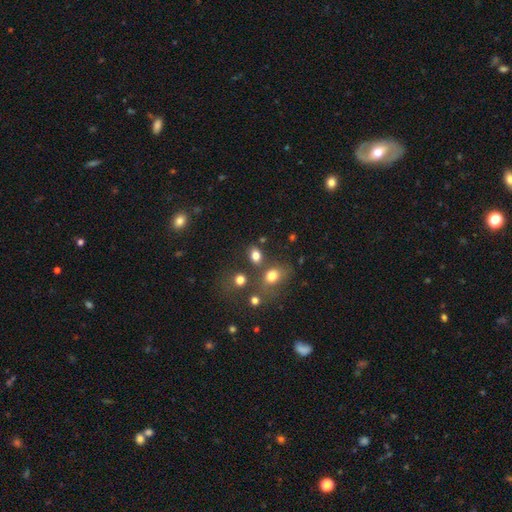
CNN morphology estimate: The model was most divided on "how rounded": in between: 67%, round: 31%, cigar-shaped: 2%. More confident: smooth or featured — smooth (78%); merging — none (65%).